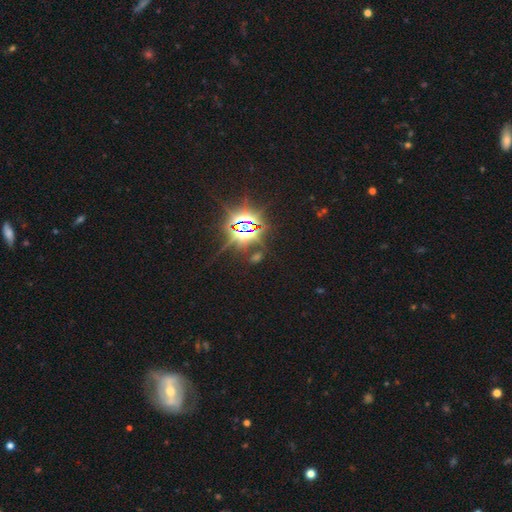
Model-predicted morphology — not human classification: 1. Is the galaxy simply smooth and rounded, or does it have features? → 84% star or artifact, 8% featured or disk, 8% smooth.